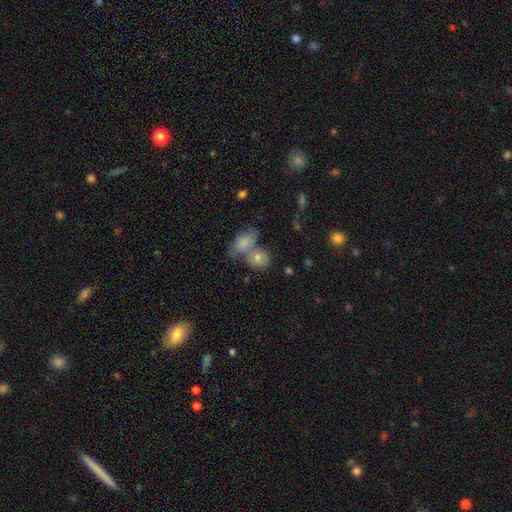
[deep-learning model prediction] A smooth galaxy with no disk features (67%) that is round (54%). Merging: none (43%).